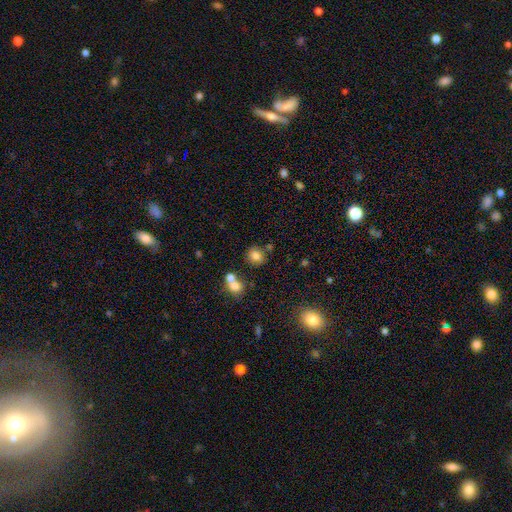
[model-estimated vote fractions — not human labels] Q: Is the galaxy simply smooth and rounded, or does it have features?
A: smooth — 81%.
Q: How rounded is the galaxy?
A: round — 77%.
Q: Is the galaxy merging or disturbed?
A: none — 73%.